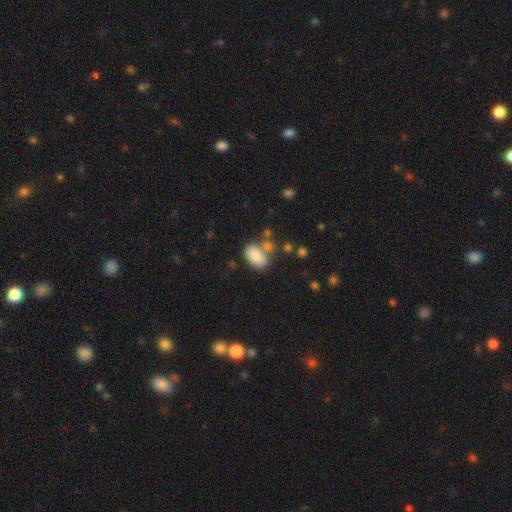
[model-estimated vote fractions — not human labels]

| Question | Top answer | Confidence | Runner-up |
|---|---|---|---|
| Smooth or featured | smooth | 81% | featured or disk (11%) |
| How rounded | in between | 87% | round (12%) |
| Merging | none | 53% | merger (20%) |